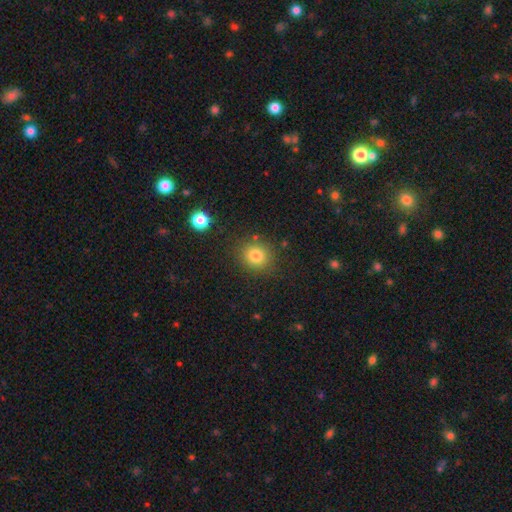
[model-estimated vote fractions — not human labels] Smooth or featured? Predicted: smooth (p=0.81). How rounded? Predicted: round (p=0.83). Merging? Predicted: none (p=0.85).